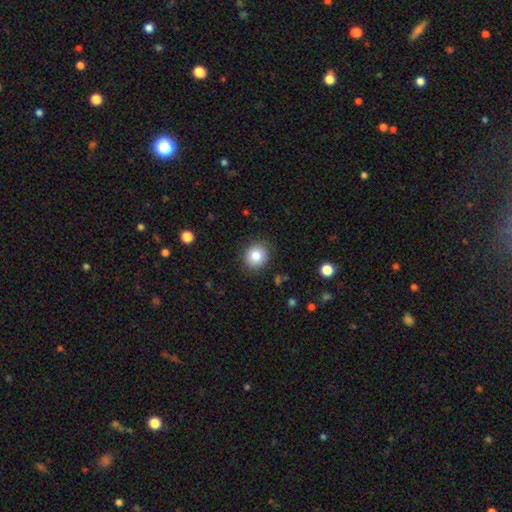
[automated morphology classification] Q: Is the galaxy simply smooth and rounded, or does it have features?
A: smooth — 83%.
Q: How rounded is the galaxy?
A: round — 83%.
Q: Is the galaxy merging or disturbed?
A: none — 89%.